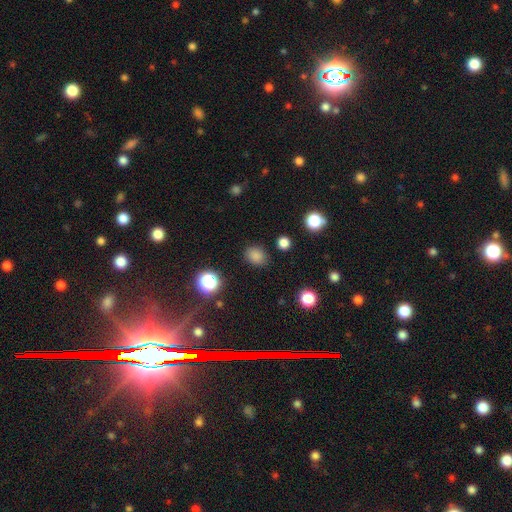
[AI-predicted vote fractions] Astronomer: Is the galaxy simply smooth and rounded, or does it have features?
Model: smooth — 81%.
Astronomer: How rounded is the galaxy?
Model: round — 51% (runner-up: in between, 48%).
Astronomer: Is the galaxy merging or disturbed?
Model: none — 83%.